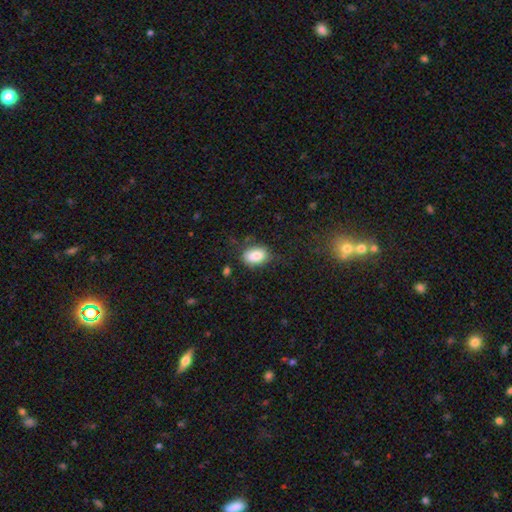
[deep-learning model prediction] Smooth or featured: smooth — 84% (star or artifact — 8%)
How rounded: in between — 83% (round — 15%)
Merging: none — 66% (minor disturbance — 23%)